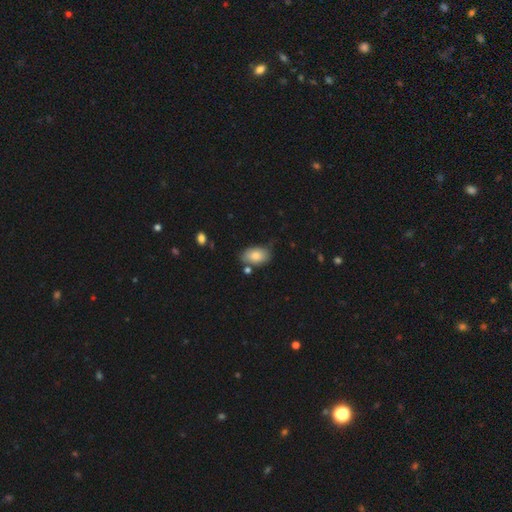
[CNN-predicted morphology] type=smooth (83%); roundness=in between (91%); merging=none (70%).